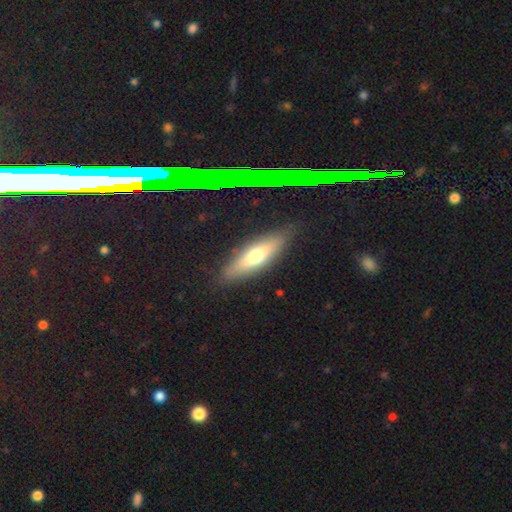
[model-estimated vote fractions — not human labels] smooth 57%, featured or disk 35%, star or artifact 8%. Down the decision tree: how rounded — cigar-shaped (51%); merging — none (84%).